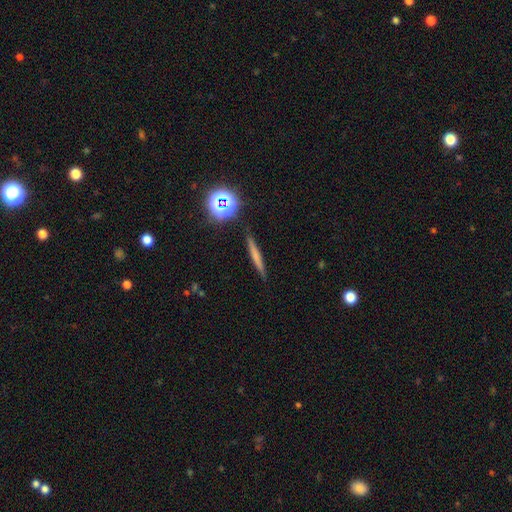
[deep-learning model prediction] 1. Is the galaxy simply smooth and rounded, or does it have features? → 56% smooth, 31% featured or disk, 13% star or artifact.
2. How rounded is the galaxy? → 92% cigar-shaped, 4% round, 4% in between.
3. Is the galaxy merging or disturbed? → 88% none, 8% minor disturbance, 2% major disturbance, 2% merger.